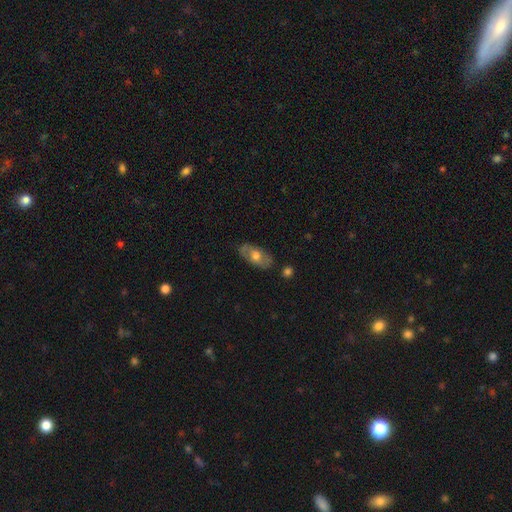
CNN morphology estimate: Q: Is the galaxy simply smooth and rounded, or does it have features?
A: smooth — 51%.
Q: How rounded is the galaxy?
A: in between — 89%.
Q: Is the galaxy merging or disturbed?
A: none — 79%.